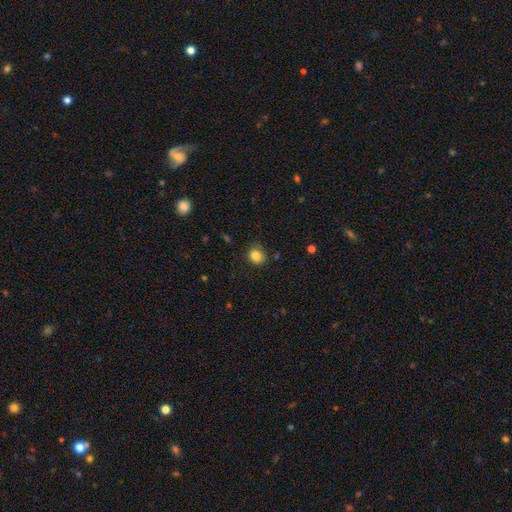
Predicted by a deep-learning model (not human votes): Smooth or featured?
  - smooth: 84% *
  - star or artifact: 10%
  - featured or disk: 6%
How rounded?
  - round: 68% *
  - in between: 31%
  - cigar-shaped: 1%
Merging?
  - none: 74% *
  - minor disturbance: 20%
  - major disturbance: 4%
  - merger: 2%